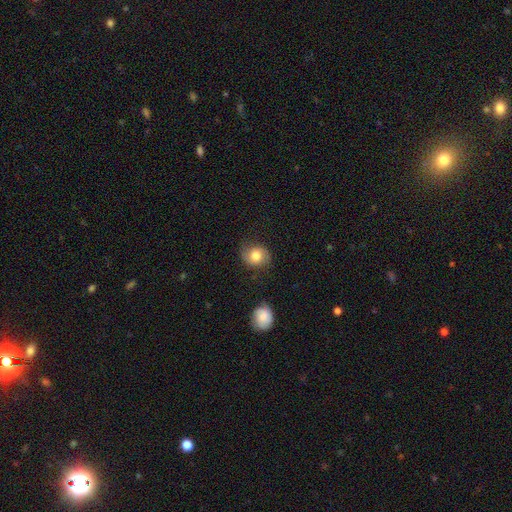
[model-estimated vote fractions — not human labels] Smooth or featured?
  - smooth: 66% *
  - featured or disk: 25%
  - star or artifact: 9%
How rounded?
  - round: 72% *
  - in between: 27%
  - cigar-shaped: 1%
Merging?
  - none: 65% *
  - minor disturbance: 23%
  - major disturbance: 9%
  - merger: 3%